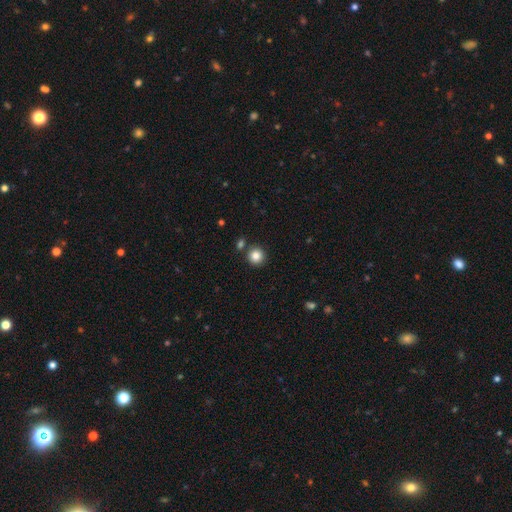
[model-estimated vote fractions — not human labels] Smooth or featured? Predicted: smooth (p=0.85). How rounded? Predicted: round (p=0.93). Merging? Predicted: none (p=0.83).